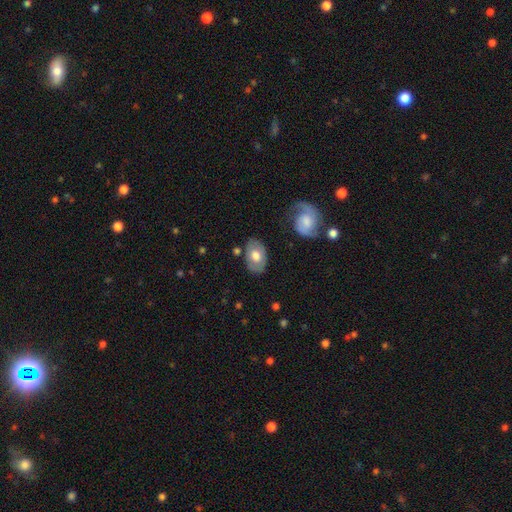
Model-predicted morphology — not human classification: This appears to be a smooth galaxy with no disk features (63%) that is in between round and cigar-shaped (86%). Merging: none (79%).